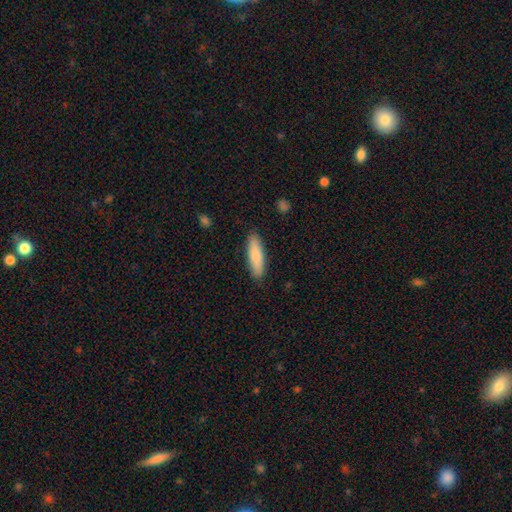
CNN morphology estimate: The model was most divided on "how rounded": cigar-shaped: 64%, in between: 35%, round: 2%. More confident: merging — none (88%); smooth or featured — smooth (82%).